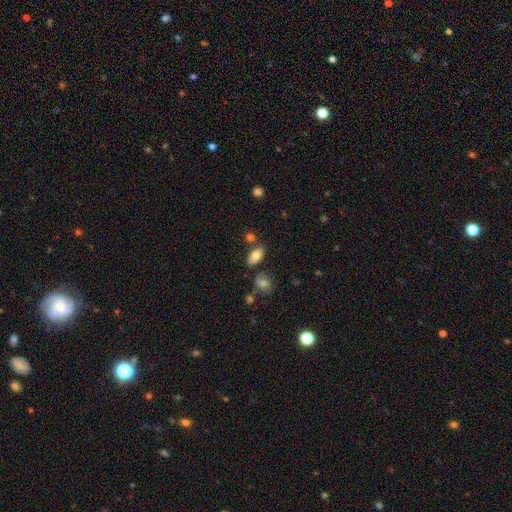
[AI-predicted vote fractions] This is clearly a smooth galaxy (81%). How rounded: clearly in between (90%). Merging: likely none (68%).